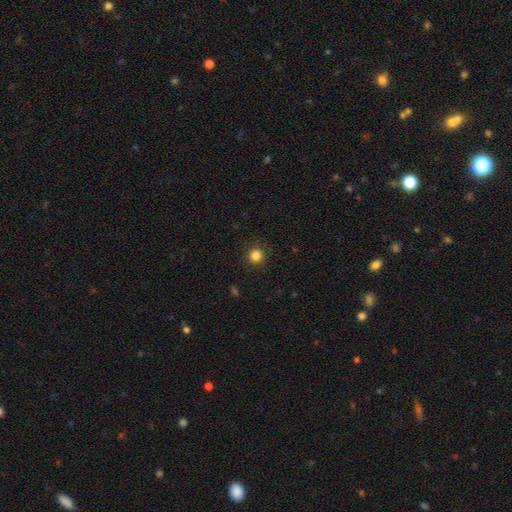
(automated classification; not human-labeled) Smooth or featured? smooth (84%)
How rounded? round (95%)
Merging? none (92%)